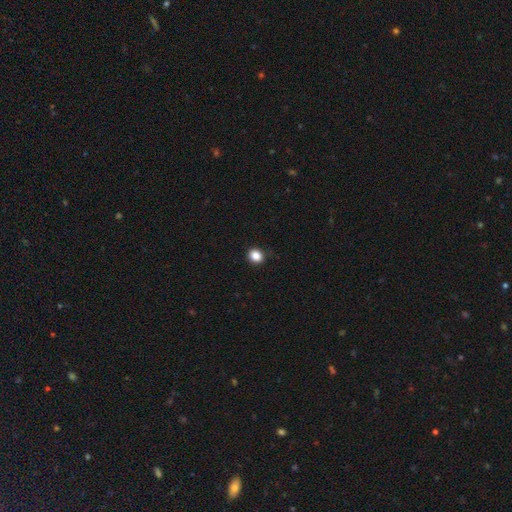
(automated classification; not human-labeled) Morphology: type=smooth (86%); roundness=round (70%); merging=none (89%).